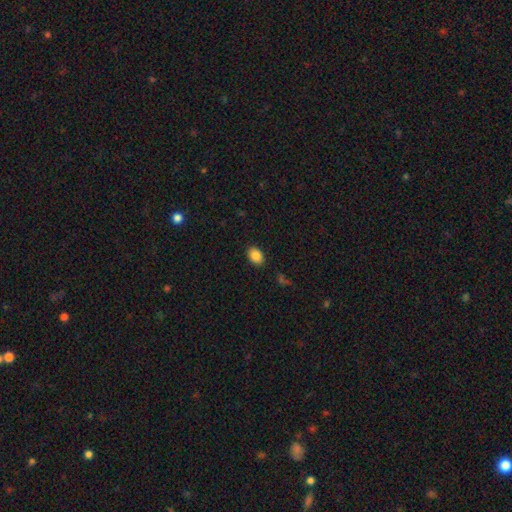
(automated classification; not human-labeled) This is clearly a smooth galaxy (86%). How rounded: clearly in between (80%). Merging: clearly none (88%).